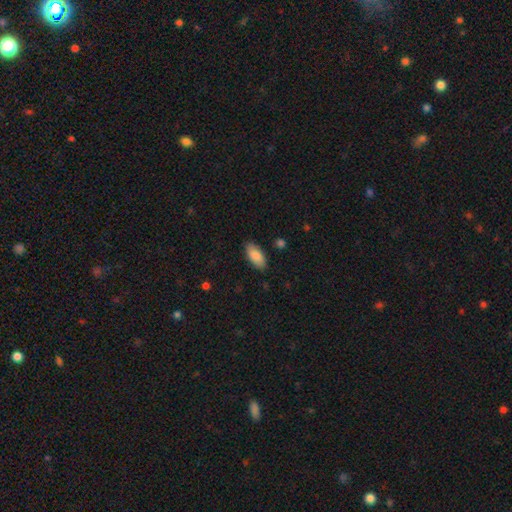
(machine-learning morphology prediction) A smooth galaxy with no disk features (85%) that is in between round and cigar-shaped (91%). Merging: none (85%).